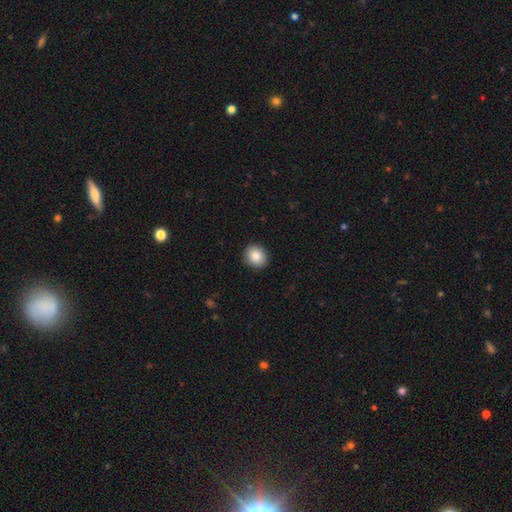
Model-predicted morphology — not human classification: Smooth or featured? Predicted: smooth (p=0.85). How rounded? Predicted: round (p=0.75). Merging? Predicted: none (p=0.91).